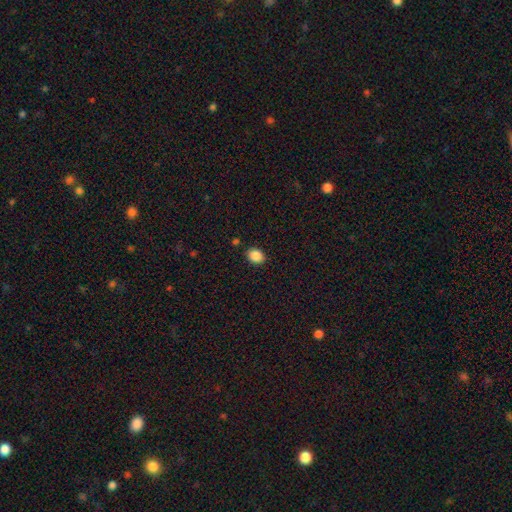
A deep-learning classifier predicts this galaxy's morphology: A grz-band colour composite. It shows a smooth galaxy with no disk features (88%) that is in between round and cigar-shaped (58%). Merging: none (87%).